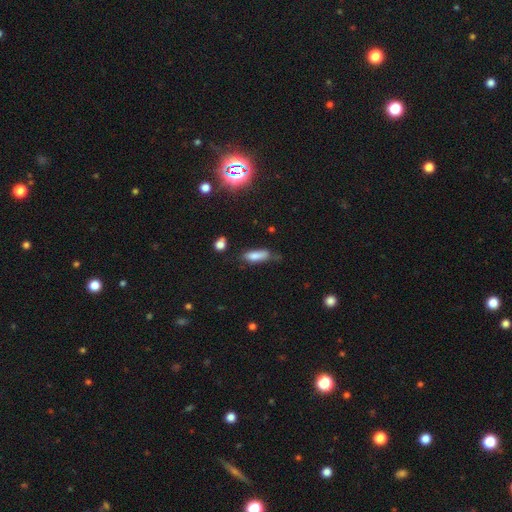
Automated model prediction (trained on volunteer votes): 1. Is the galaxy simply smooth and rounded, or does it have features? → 79% smooth, 12% featured or disk, 9% star or artifact.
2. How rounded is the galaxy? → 57% in between, 41% cigar-shaped, 2% round.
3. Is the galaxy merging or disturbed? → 50% none, 33% minor disturbance, 11% major disturbance, 5% merger.